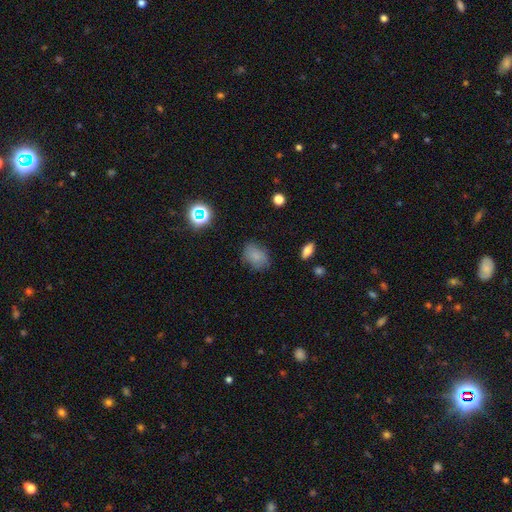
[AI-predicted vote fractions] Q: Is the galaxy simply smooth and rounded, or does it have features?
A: smooth — 81%.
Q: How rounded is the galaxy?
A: in between — 75%.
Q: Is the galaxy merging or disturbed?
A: none — 76%.